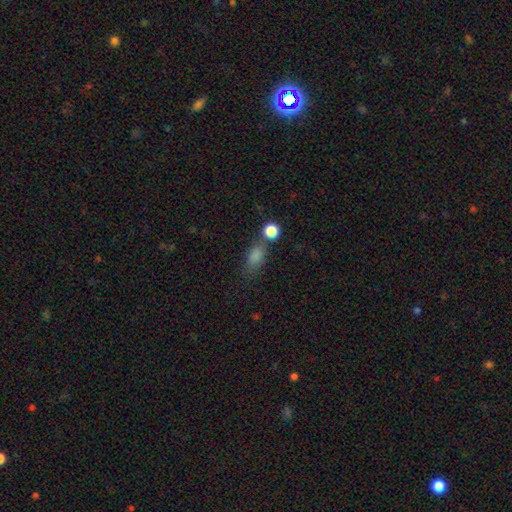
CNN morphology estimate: Smooth or featured? smooth (81%)
How rounded? in between (75%)
Merging? none (57%)